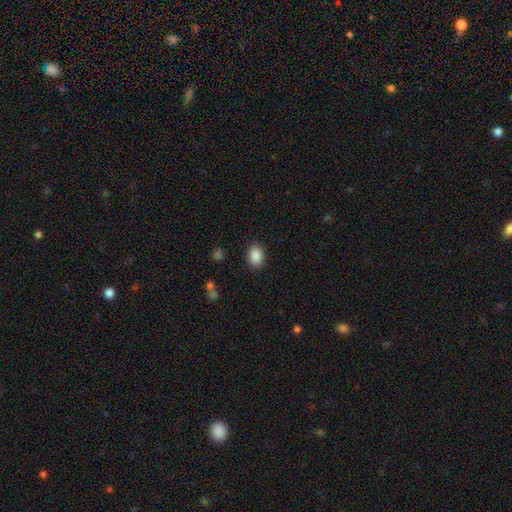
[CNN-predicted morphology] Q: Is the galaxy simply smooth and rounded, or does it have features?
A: smooth — 88%.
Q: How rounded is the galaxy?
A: in between — 76%.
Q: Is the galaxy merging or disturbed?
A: none — 88%.